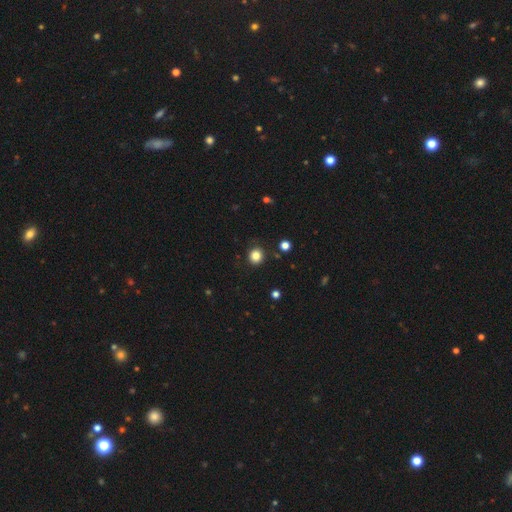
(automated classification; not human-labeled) Smooth or featured?
  - smooth: 84% *
  - star or artifact: 12%
  - featured or disk: 4%
How rounded?
  - round: 86% *
  - in between: 13%
  - cigar-shaped: 1%
Merging?
  - none: 87% *
  - minor disturbance: 9%
  - major disturbance: 3%
  - merger: 2%